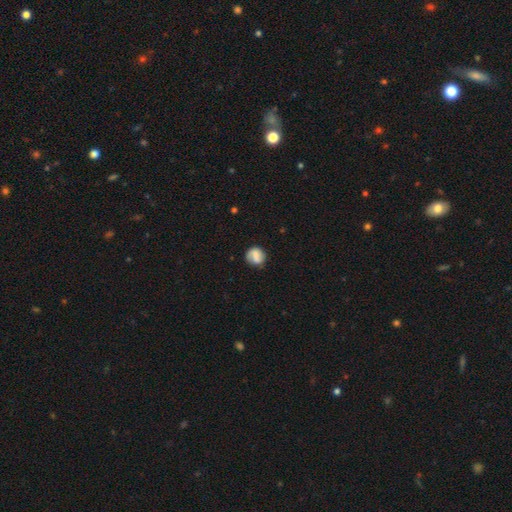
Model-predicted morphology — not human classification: Smooth or featured? Predicted: smooth (p=0.67). How rounded? Predicted: round (p=0.81). Merging? Predicted: none (p=0.70).